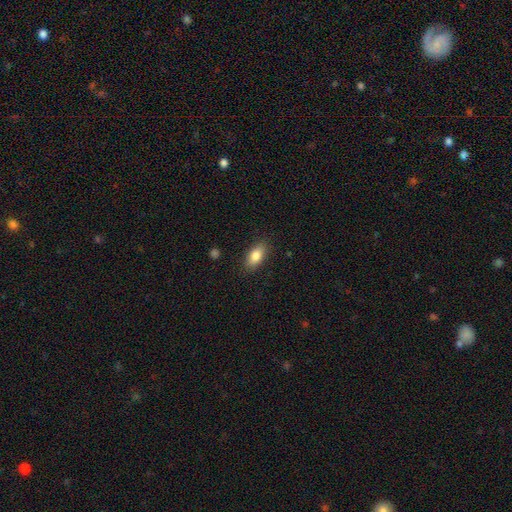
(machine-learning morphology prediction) smooth_or_featured: smooth (p=0.83) [alt: featured or disk p=0.09]
how_rounded: in between (p=0.88) [alt: round p=0.06]
merging: none (p=0.86) [alt: minor disturbance p=0.10]